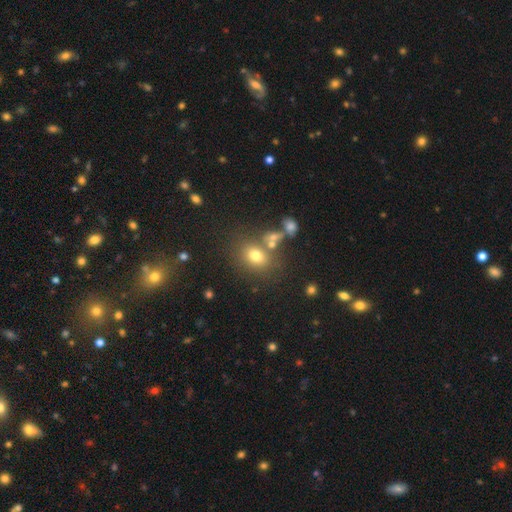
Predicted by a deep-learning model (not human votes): This appears to be a smooth galaxy with no disk features (72%) that is in between round and cigar-shaped (51%). Merging: none (67%).